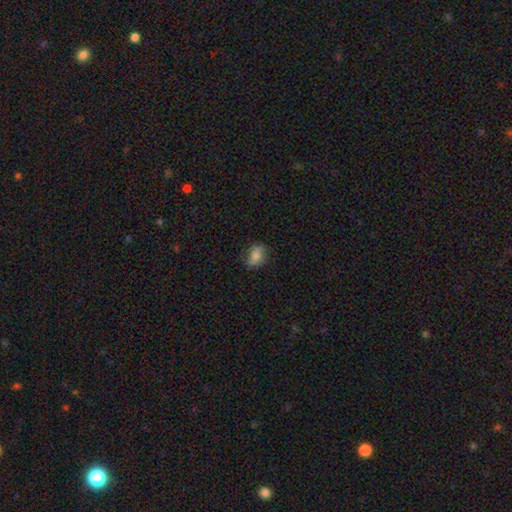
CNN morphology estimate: Overall: smooth (77%). How rounded: in between (71%). Merging: none (73%).